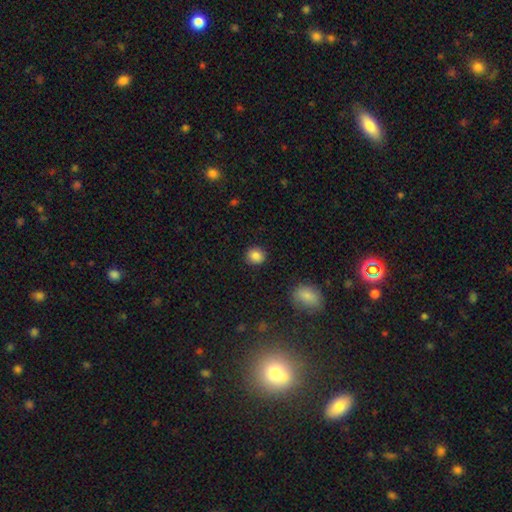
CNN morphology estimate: Smooth or featured?
  - smooth: 86% *
  - star or artifact: 10%
  - featured or disk: 5%
How rounded?
  - round: 85% *
  - in between: 14%
  - cigar-shaped: 1%
Merging?
  - none: 90% *
  - minor disturbance: 7%
  - major disturbance: 2%
  - merger: 1%